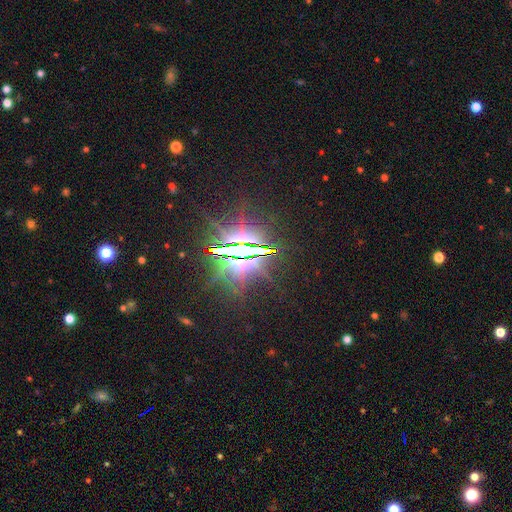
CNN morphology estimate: Q: Smooth or featured?
A: star or artifact (88%); runner-up: featured or disk (7%)